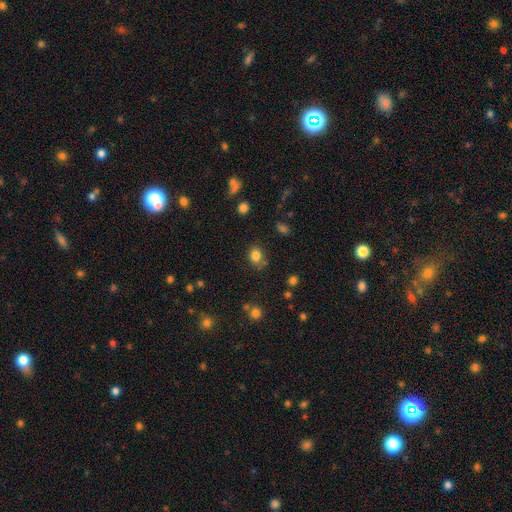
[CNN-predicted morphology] Smooth or featured? smooth (81%)
How rounded? round (52%)
Merging? none (72%)